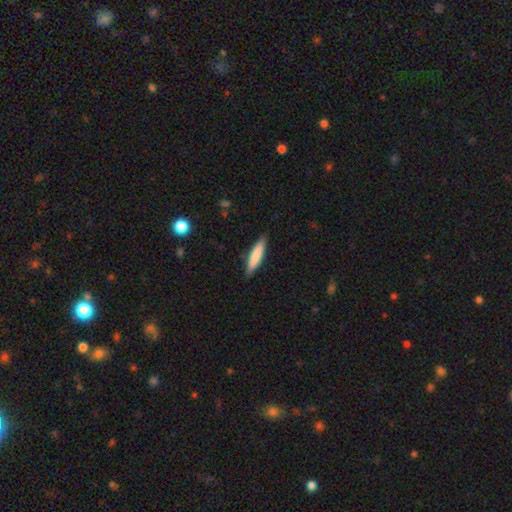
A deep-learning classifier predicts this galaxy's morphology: Smooth or featured? Predicted: smooth (p=0.77). How rounded? Predicted: cigar-shaped (p=0.83). Merging? Predicted: none (p=0.87).